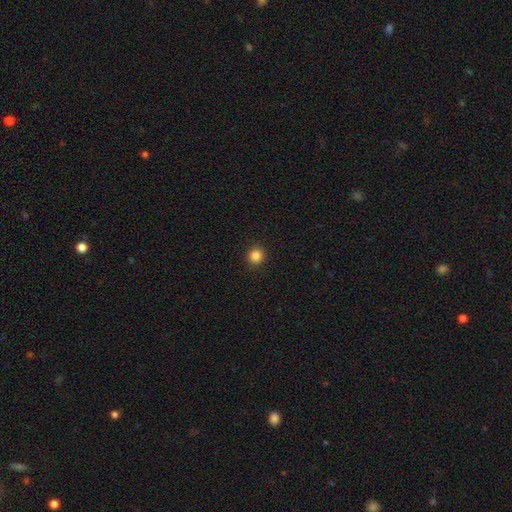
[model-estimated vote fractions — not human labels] Smooth or featured: smooth — 85% (star or artifact — 12%)
How rounded: round — 94% (in between — 6%)
Merging: none — 93% (minor disturbance — 4%)